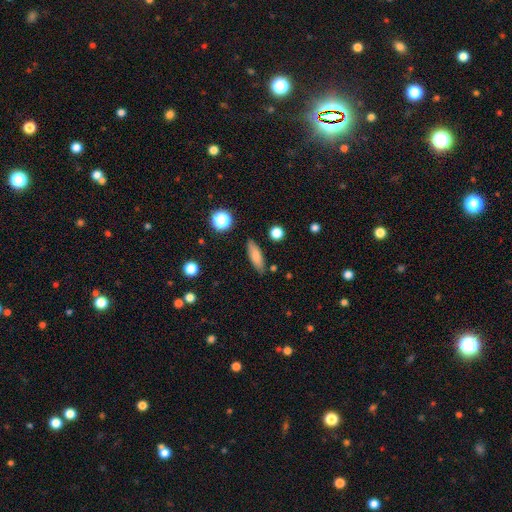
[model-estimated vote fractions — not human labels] Q: Smooth or featured?
A: smooth (78%); runner-up: featured or disk (14%)
Q: How rounded?
A: cigar-shaped (50%); runner-up: in between (46%)
Q: Merging?
A: none (85%); runner-up: minor disturbance (10%)